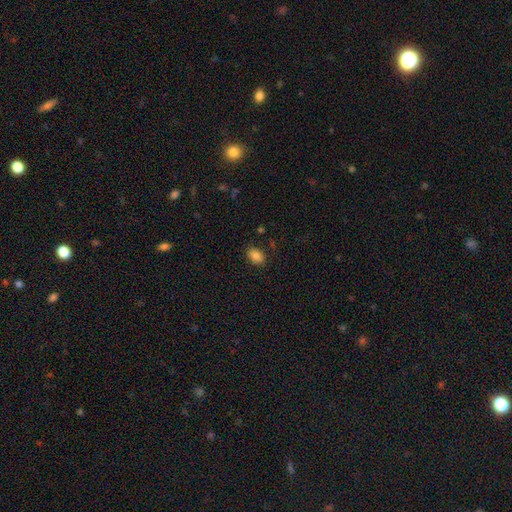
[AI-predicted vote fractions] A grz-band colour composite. It shows a smooth galaxy with no disk features (85%) that is in between round and cigar-shaped (79%). Merging: none (85%).